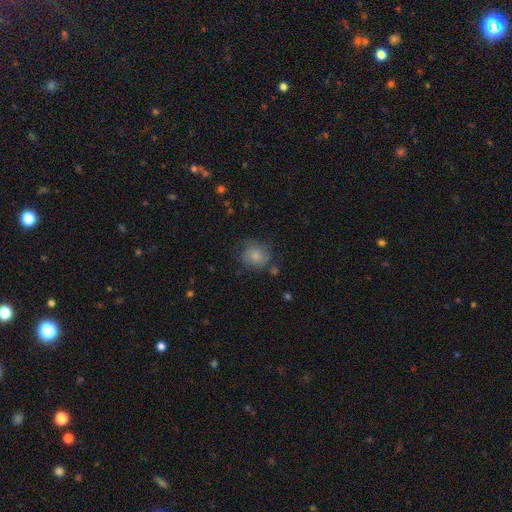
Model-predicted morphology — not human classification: type=smooth (81%); roundness=round (79%); merging=none (69%).